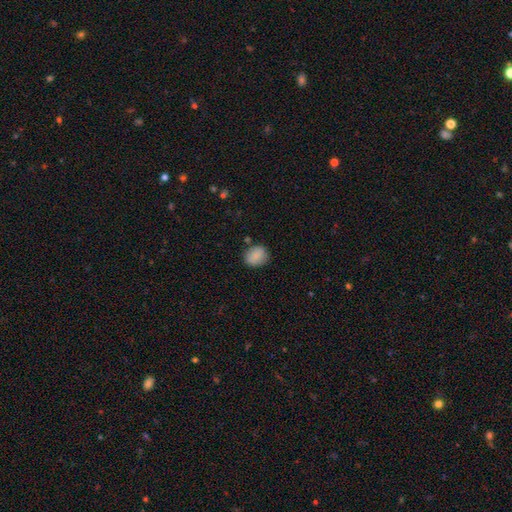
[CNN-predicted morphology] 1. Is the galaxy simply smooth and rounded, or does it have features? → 86% smooth, 8% star or artifact, 6% featured or disk.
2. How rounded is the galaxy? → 56% round, 43% in between, 1% cigar-shaped.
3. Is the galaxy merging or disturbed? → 78% none, 15% minor disturbance, 4% merger, 3% major disturbance.